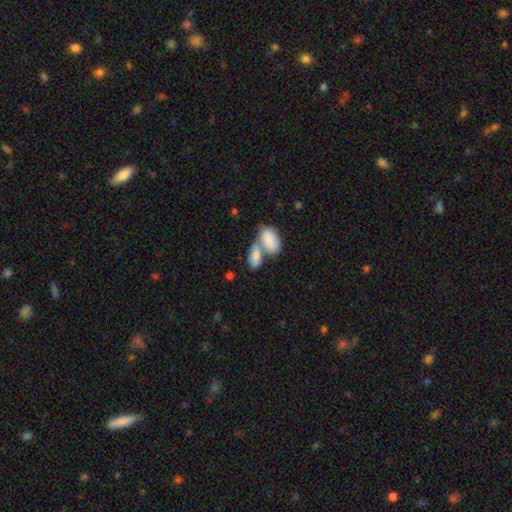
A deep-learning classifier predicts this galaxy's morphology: This appears to be a smooth galaxy with no disk features (81%) that is in between round and cigar-shaped (92%). Merging: merger (65%).